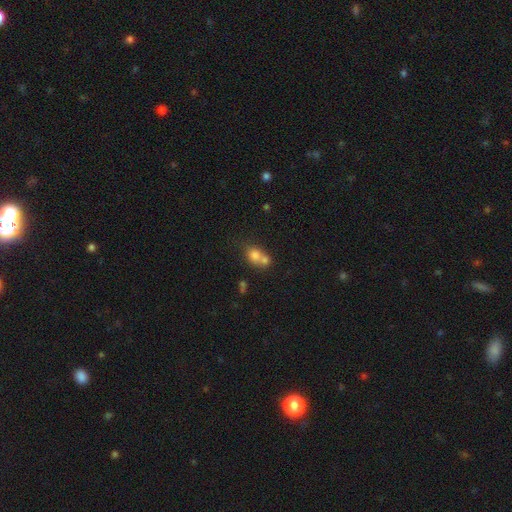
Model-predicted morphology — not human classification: smooth_or_featured: smooth (p=0.74) [alt: featured or disk p=0.14]
how_rounded: round (p=0.57) [alt: in between p=0.42]
merging: merger (p=0.58) [alt: none p=0.30]